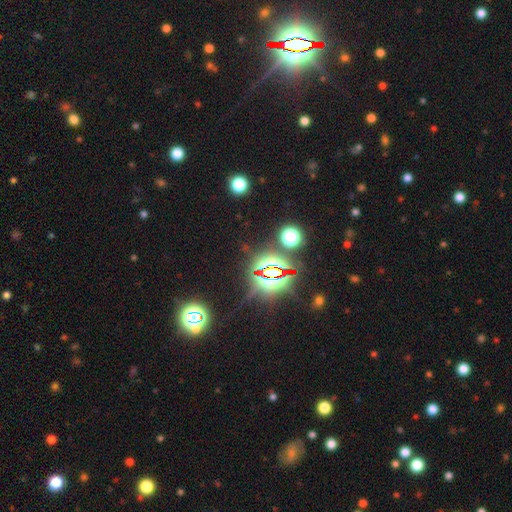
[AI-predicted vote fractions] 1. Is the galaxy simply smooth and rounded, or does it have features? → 82% star or artifact, 11% smooth, 7% featured or disk.